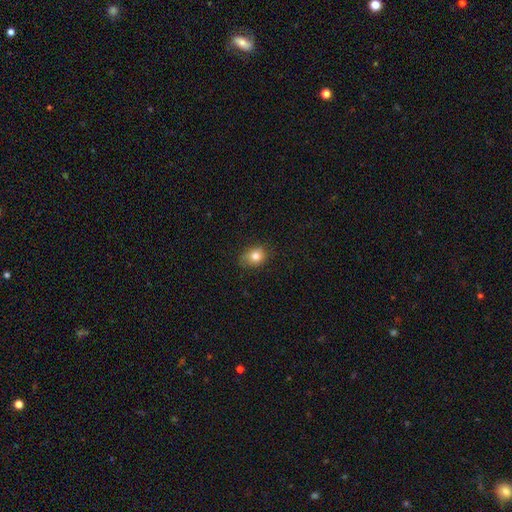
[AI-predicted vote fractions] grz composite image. It shows a smooth galaxy with no disk features (81%) that is in between round and cigar-shaped (58%). Merging: none (73%).